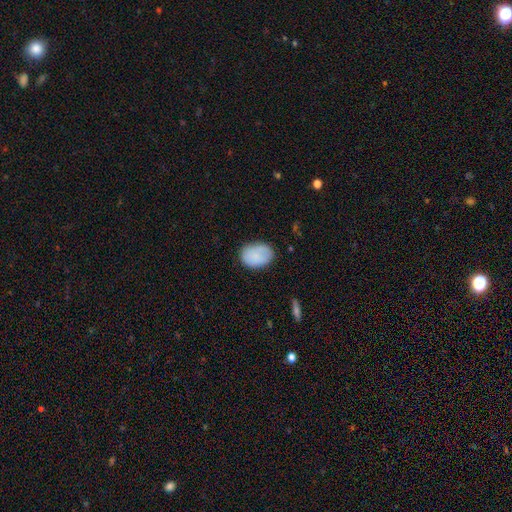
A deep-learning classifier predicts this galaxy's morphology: This appears to be a smooth galaxy with no disk features (85%) that is in between round and cigar-shaped (76%). Merging: none (77%).